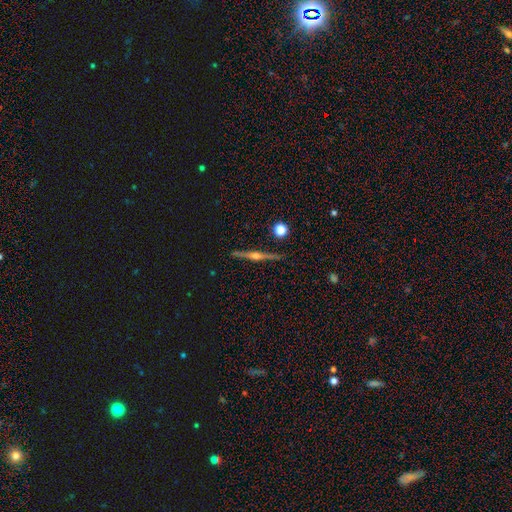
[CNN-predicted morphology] type=featured or disk (83%); edge-on=yes (98%); edge-on bulge=rounded (92%); merging=none (91%).